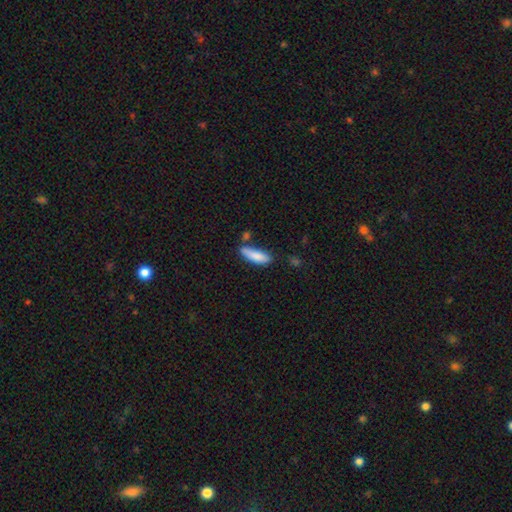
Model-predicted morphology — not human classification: The model was most divided on "how rounded": cigar-shaped: 51%, in between: 48%, round: 2%. More confident: smooth or featured — smooth (84%); merging — none (59%).